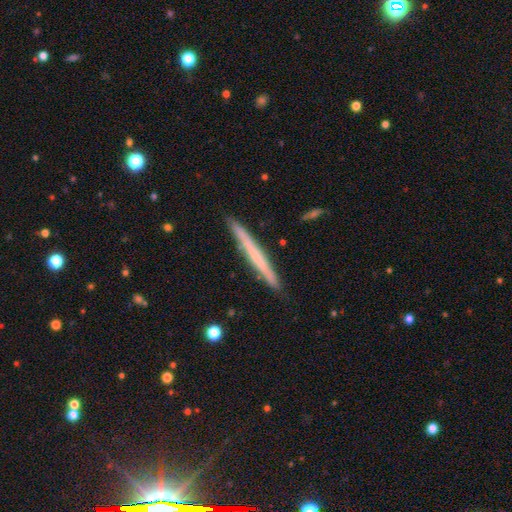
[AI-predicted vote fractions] A featured or disk galaxy (47%, tied with smooth).

Vote fractions:
- Smooth or featured? featured or disk: 47% (tied) / smooth: 47% (tied) / star or artifact: 6%
- Merging? none: 90% / minor disturbance: 7% / merger: 1% / major disturbance: 1%